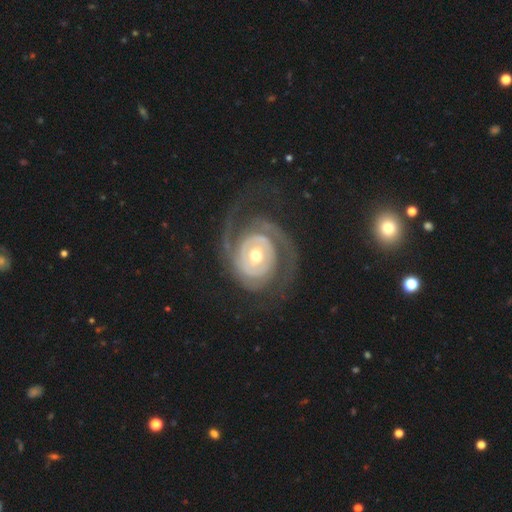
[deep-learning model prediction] Smooth or featured: featured or disk — 88% (smooth — 8%)
Edge-on disk: no — 97% (yes — 3%)
Bar: no — 68% (weak — 23%)
Spiral arms: yes — 92% (no — 8%)
Spiral winding: tight — 61% (medium — 27%)
Spiral arm count: 2 — 53% (can't tell — 17%)
Bulge size: moderate — 67% (small — 23%)
Merging: none — 62% (major disturbance — 21%)